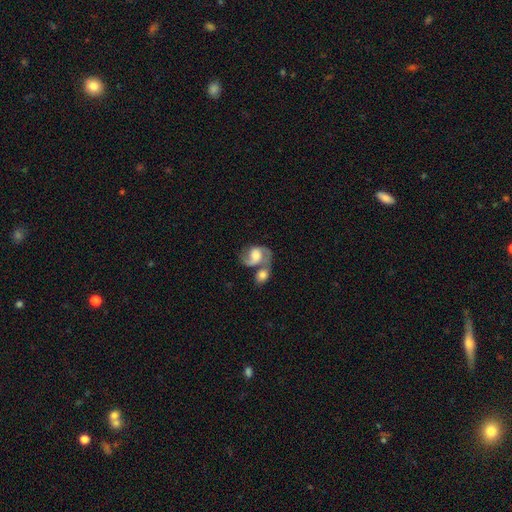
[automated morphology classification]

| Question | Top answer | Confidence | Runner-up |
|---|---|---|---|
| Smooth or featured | featured or disk | 73% | smooth (21%) |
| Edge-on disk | no | 98% | yes (2%) |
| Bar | no | 57% | weak (35%) |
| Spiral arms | yes | 92% | no (8%) |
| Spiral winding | medium | 50% | loose (34%) |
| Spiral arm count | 2 | 85% | 1 (8%) |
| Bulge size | moderate | 48% | large (28%) |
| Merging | merger | 55% | none (26%) |